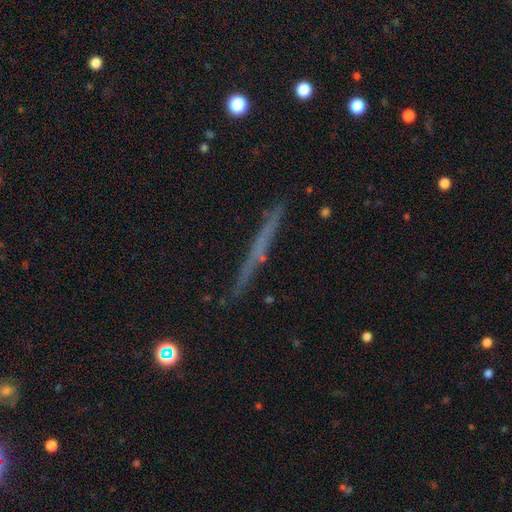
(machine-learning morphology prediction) A featured or disk galaxy (53%) viewed edge-on (93%).

Vote fractions:
- Smooth or featured? featured or disk: 53% / smooth: 34% / star or artifact: 13%
- Edge-on disk? yes: 93% / no: 7%
- Merging? none: 84% / minor disturbance: 11% / major disturbance: 3% / merger: 2%